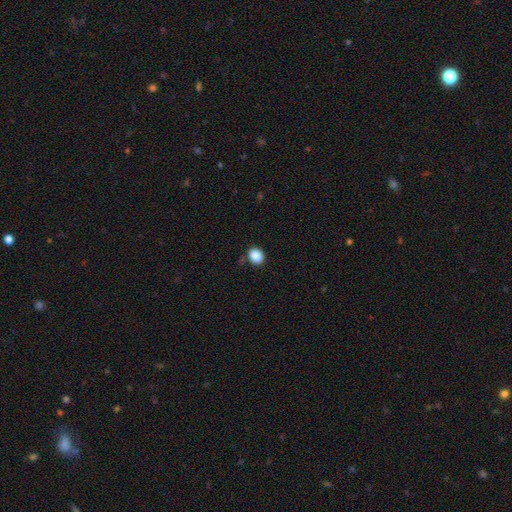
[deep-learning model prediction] Smooth or featured? Predicted: smooth (p=0.88). How rounded? Predicted: round (p=0.50). Merging? Predicted: none (p=0.80).